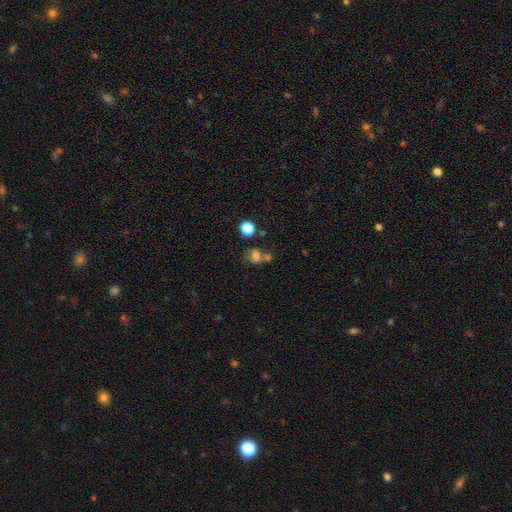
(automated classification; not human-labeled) Overall: smooth (64%). How rounded: in between (60%; round 38%). Merging: none (38%; merger 34%).